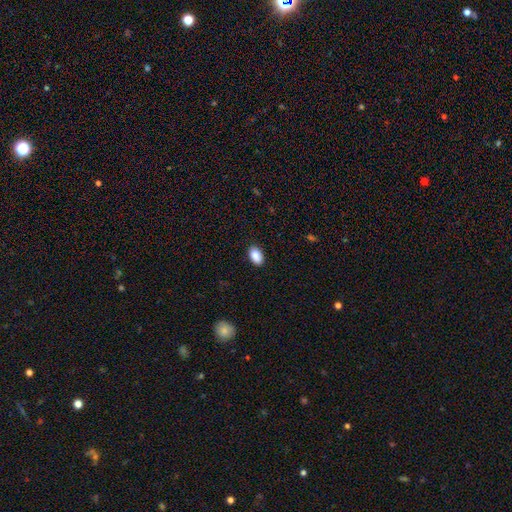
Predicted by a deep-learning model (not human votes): A smooth galaxy with no disk features (89%) that is in between round and cigar-shaped (91%).

Vote fractions:
- Smooth or featured? smooth: 89% / star or artifact: 7% / featured or disk: 4%
- How rounded? in between: 91% / round: 8% / cigar-shaped: 1%
- Merging? none: 89% / minor disturbance: 8% / major disturbance: 2% / merger: 1%